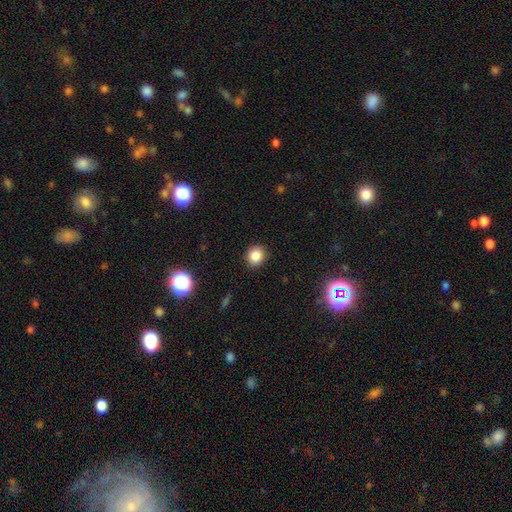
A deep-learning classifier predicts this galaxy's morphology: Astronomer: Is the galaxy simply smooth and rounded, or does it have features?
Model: smooth — 85%.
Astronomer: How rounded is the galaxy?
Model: round — 74%.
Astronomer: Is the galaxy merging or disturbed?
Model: none — 89%.